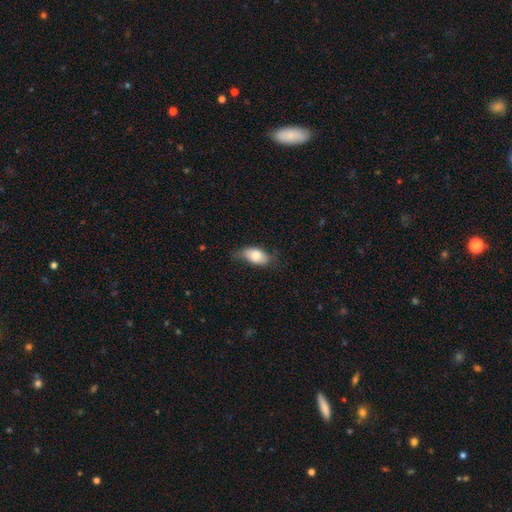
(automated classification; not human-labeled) smooth-or-featured: smooth: 78% | featured or disk: 15% | star or artifact: 7%
  how-rounded: in between: 92% | round: 5% | cigar-shaped: 4%
  merging: none: 59% | minor disturbance: 31% | major disturbance: 9% | merger: 1%